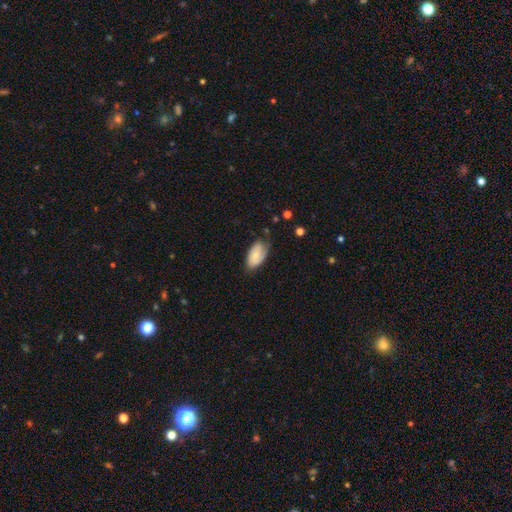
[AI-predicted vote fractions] Smooth or featured? Predicted: smooth (p=0.64). How rounded? Predicted: in between (p=0.93). Merging? Predicted: none (p=0.55).